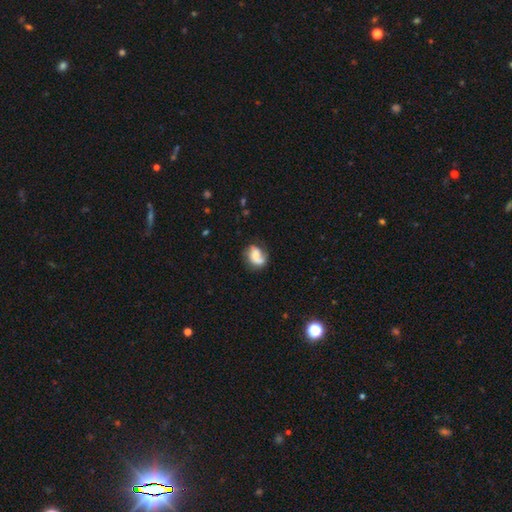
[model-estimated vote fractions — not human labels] featured or disk 49%, smooth 42%, star or artifact 9%. Down the decision tree: merging — none (54%).